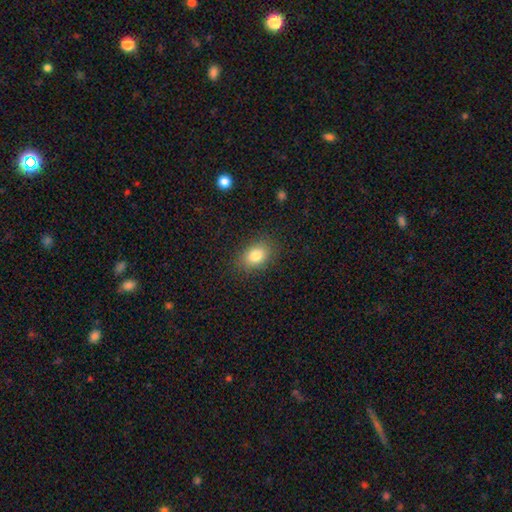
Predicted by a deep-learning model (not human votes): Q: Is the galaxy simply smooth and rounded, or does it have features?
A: smooth — 83%.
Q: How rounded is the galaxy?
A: in between — 77%.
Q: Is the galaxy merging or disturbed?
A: none — 85%.